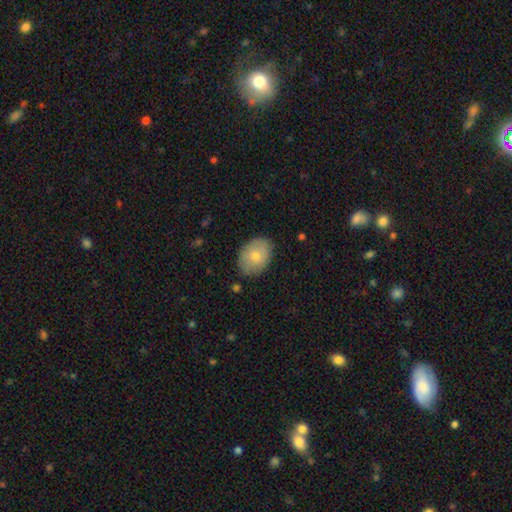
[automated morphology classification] smooth-or-featured: smooth: 76% | featured or disk: 18% | star or artifact: 6%
  how-rounded: in between: 79% | round: 20% | cigar-shaped: 1%
  merging: none: 80% | minor disturbance: 15% | major disturbance: 3% | merger: 2%